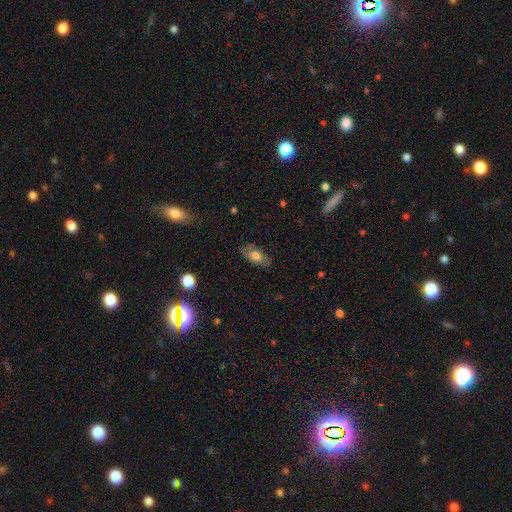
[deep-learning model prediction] Smooth or featured: smooth — 68% (featured or disk — 25%)
How rounded: in between — 89% (cigar-shaped — 6%)
Merging: none — 80% (minor disturbance — 15%)